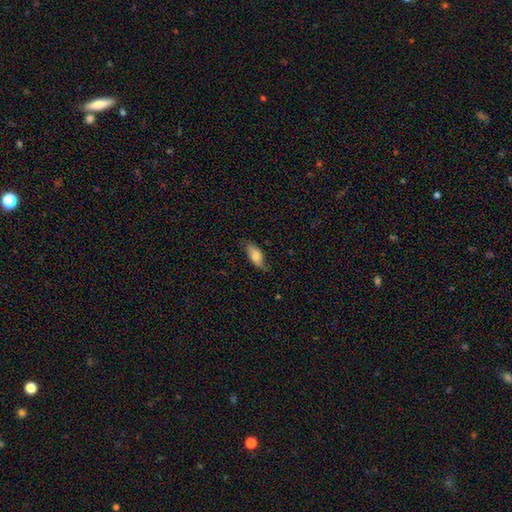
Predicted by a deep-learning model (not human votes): This appears to be a smooth galaxy with no disk features (68%) that is in between round and cigar-shaped (81%). Merging: none (68%).